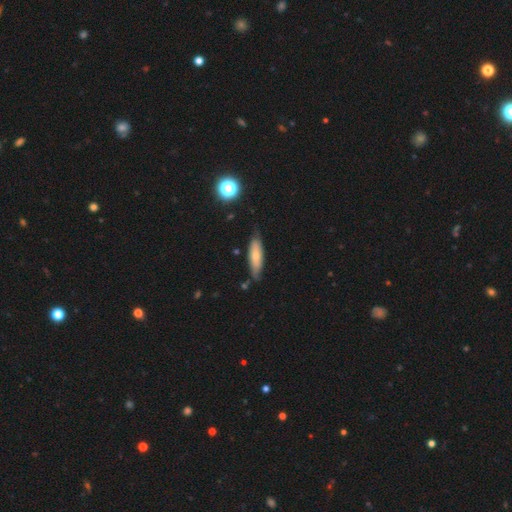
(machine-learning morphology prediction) Smooth or featured? smooth (65%)
How rounded? cigar-shaped (55%)
Merging? none (71%)